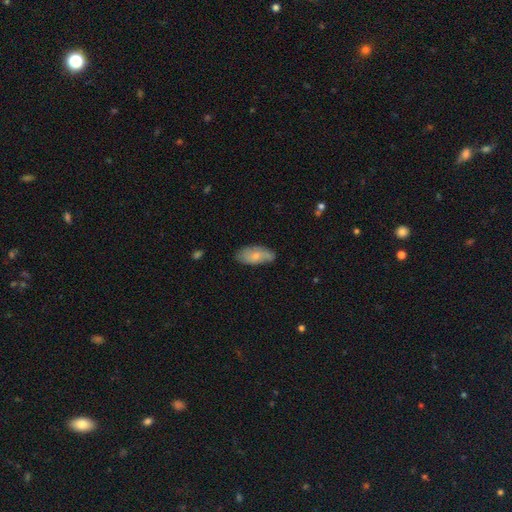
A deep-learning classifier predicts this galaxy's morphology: This is likely a smooth galaxy (67%). How rounded: clearly in between (90%). Merging: likely none (70%).